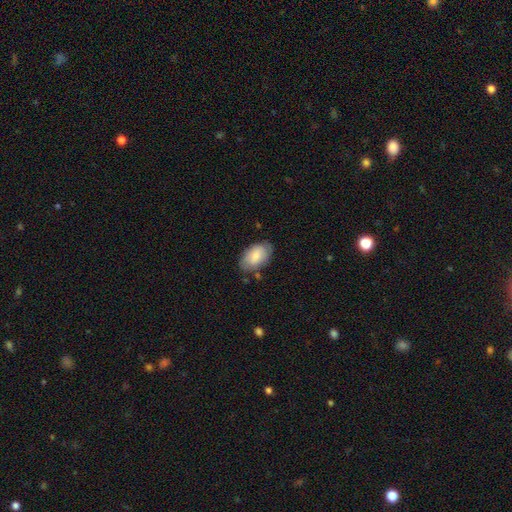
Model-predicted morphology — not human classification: This appears to be a smooth galaxy with no disk features (77%) that is in between round and cigar-shaped (93%). Merging: none (73%).